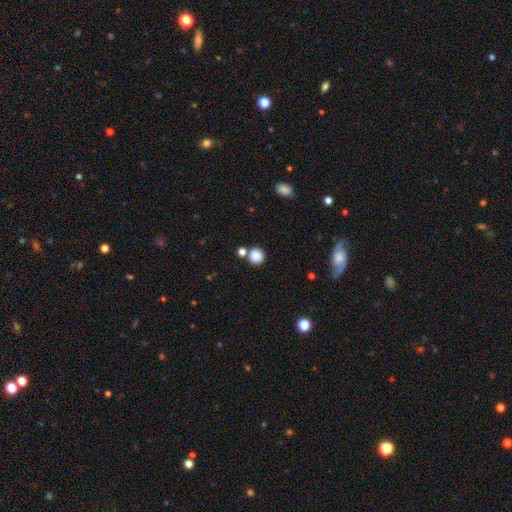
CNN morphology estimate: A smooth galaxy with no disk features (85%) that is round (92%). Merging: none (74%).